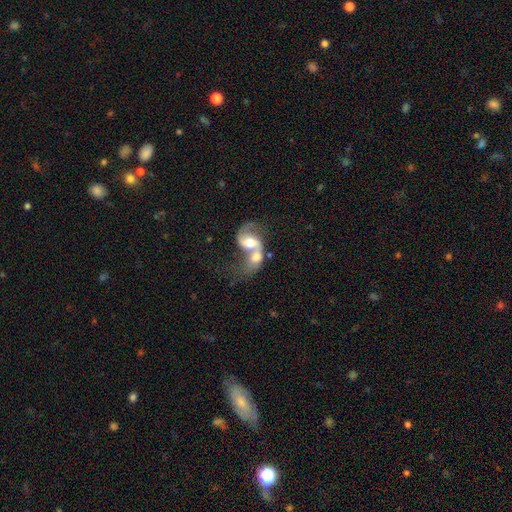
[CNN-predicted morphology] smooth-or-featured: featured or disk: 68% | smooth: 25% | star or artifact: 7%
  disk-edge-on: no: 97% | yes: 3%
    bar: no: 52% | weak: 34% | strong: 15%
    has-spiral-arms: yes: 83% | no: 17%
      spiral-winding: loose: 60% | medium: 32% | tight: 8%
      spiral-arm-count: 2: 75% | 1: 15% | can't tell: 7% | 3: 1% | 4: 1% | more than 4: 1%
    bulge-size: moderate: 62% | large: 18% | small: 14% | none: 3% | dominant: 3%
  merging: merger: 77% | none: 10% | major disturbance: 8% | minor disturbance: 5%